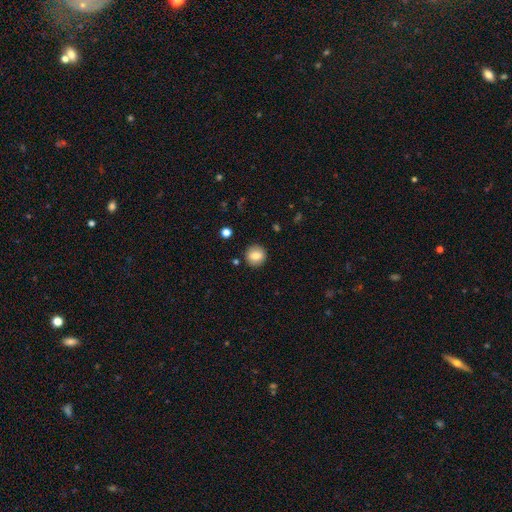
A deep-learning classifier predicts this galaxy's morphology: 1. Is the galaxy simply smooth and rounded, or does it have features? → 81% smooth, 10% featured or disk, 9% star or artifact.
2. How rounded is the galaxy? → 91% round, 8% in between, 1% cigar-shaped.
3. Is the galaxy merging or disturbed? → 90% none, 6% minor disturbance, 2% major disturbance, 2% merger.